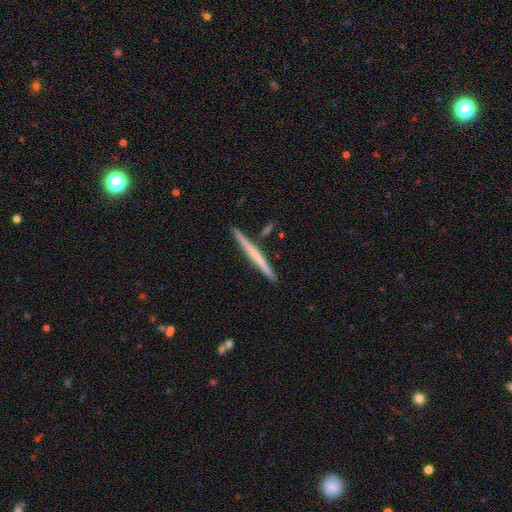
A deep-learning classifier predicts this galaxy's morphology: Smooth or featured: featured or disk — 48% (smooth — 46%)
Merging: none — 90% (minor disturbance — 6%)